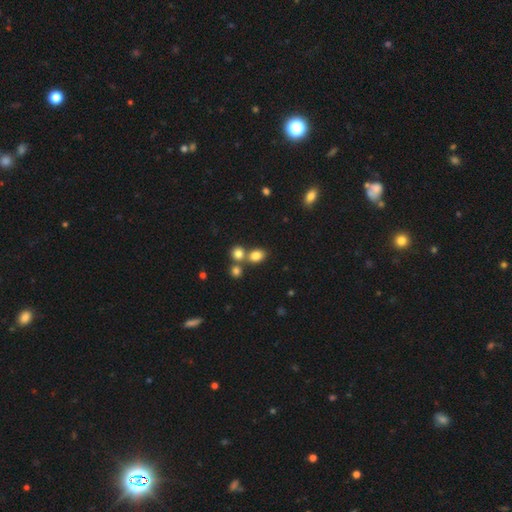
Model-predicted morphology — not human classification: Smooth or featured?
  - smooth: 80% *
  - star or artifact: 12%
  - featured or disk: 8%
How rounded?
  - in between: 55% *
  - round: 43%
  - cigar-shaped: 1%
Merging?
  - none: 54% *
  - merger: 33%
  - minor disturbance: 10%
  - major disturbance: 4%